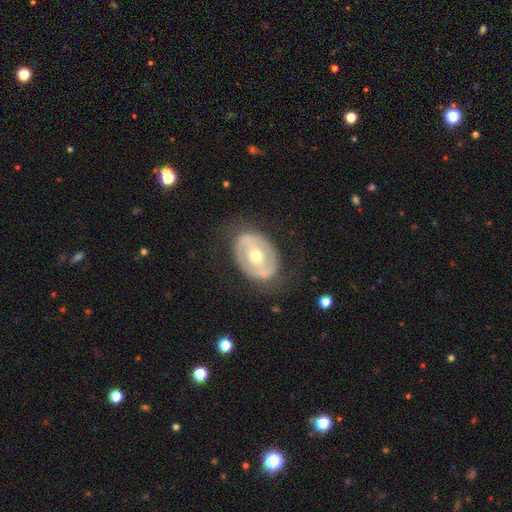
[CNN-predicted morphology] This appears to be a featured or disk galaxy (67%) with no bar (44%), no spiral arms (72%) and a moderate central bulge (64%). Merging: none (73%).